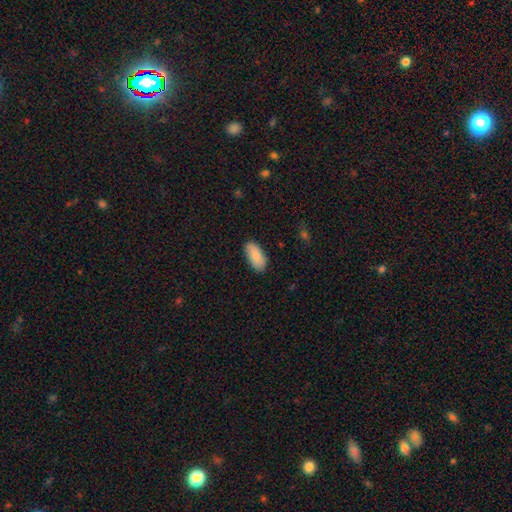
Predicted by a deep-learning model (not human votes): smooth 88%, featured or disk 6%, star or artifact 6%. Down the decision tree: how rounded — in between (91%); merging — none (86%).